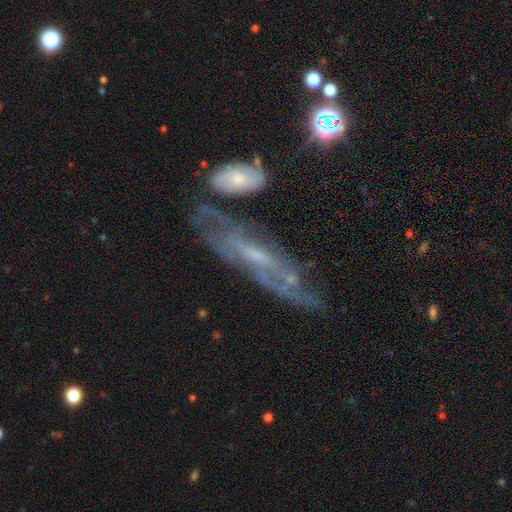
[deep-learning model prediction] smooth-or-featured: featured or disk: 72% | smooth: 18% | star or artifact: 10%
  disk-edge-on: no: 68% | yes: 32%
  merging: none: 55% | minor disturbance: 19% | merger: 15% | major disturbance: 11%